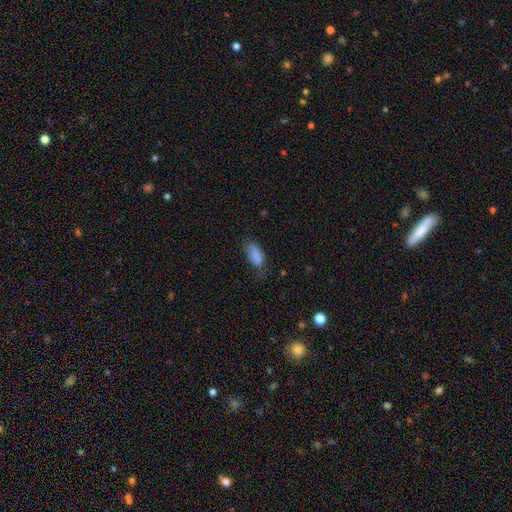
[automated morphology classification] Smooth or featured?
  - smooth: 84% *
  - star or artifact: 9%
  - featured or disk: 7%
How rounded?
  - in between: 87% *
  - cigar-shaped: 10%
  - round: 3%
Merging?
  - none: 57% *
  - minor disturbance: 29%
  - major disturbance: 11%
  - merger: 2%